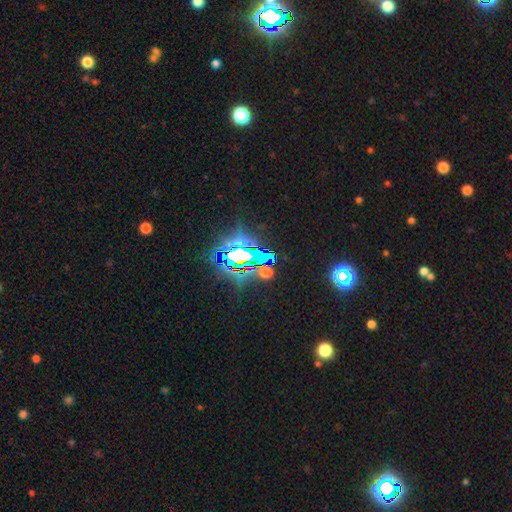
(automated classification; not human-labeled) Smooth or featured? Predicted: star or artifact (p=0.77).